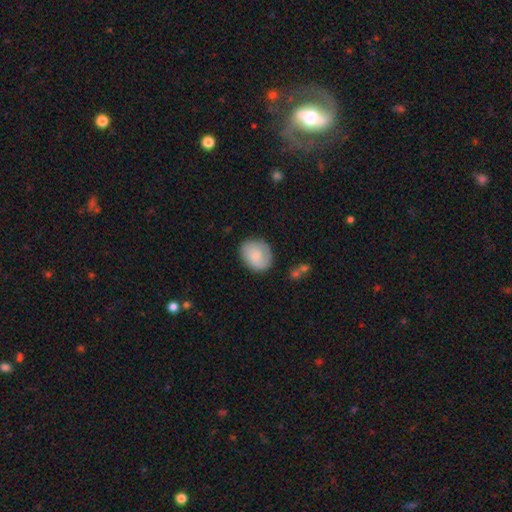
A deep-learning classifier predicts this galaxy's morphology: smooth 71%, featured or disk 22%, star or artifact 7%. Down the decision tree: how rounded — round (61%); merging — none (78%).